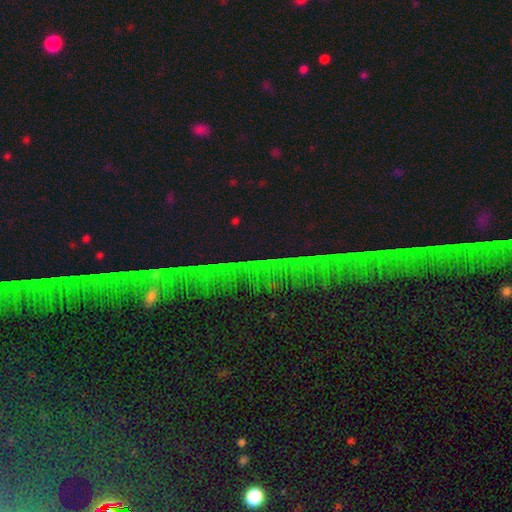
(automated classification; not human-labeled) Overall: star or artifact (76%).